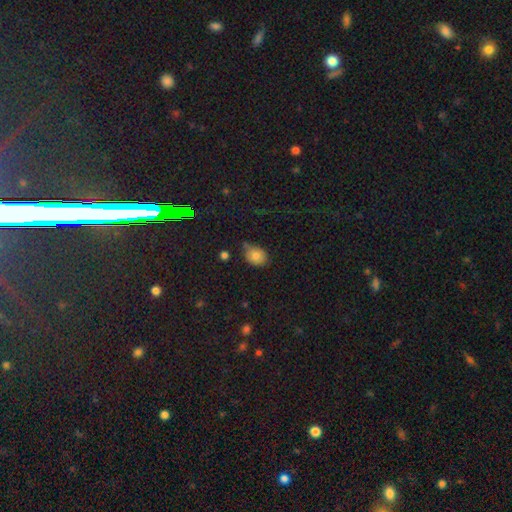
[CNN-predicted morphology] smooth_or_featured: smooth (p=0.79) [alt: star or artifact p=0.12]
how_rounded: round (p=0.51) [alt: in between p=0.48]
merging: none (p=0.61) [alt: minor disturbance p=0.28]